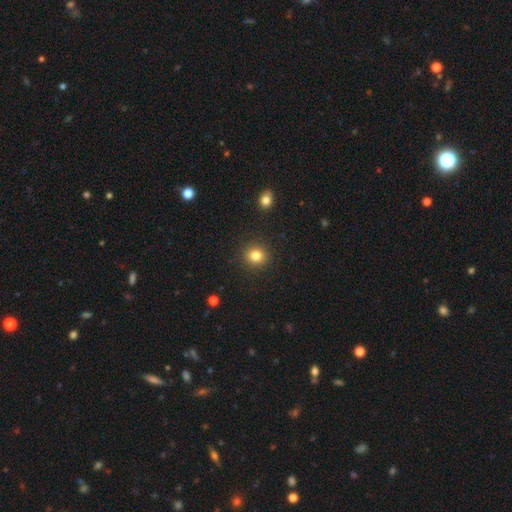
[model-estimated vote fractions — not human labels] Smooth or featured?
  - smooth: 82% *
  - star or artifact: 12%
  - featured or disk: 6%
How rounded?
  - round: 83% *
  - in between: 16%
  - cigar-shaped: 1%
Merging?
  - none: 90% *
  - minor disturbance: 6%
  - major disturbance: 2%
  - merger: 1%